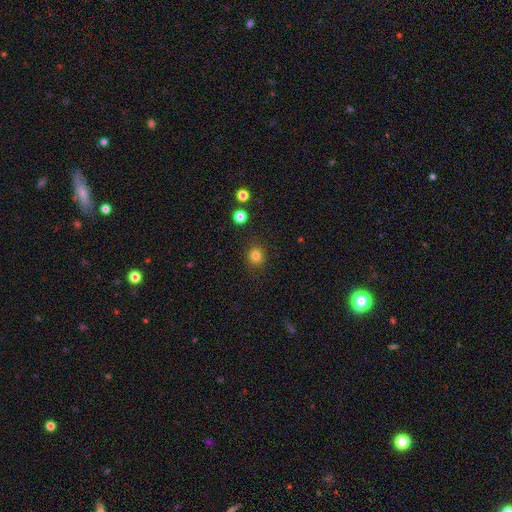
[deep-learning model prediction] A smooth galaxy with no disk features (81%) that is round (87%).

Vote fractions:
- Smooth or featured? smooth: 81% / star or artifact: 14% / featured or disk: 5%
- How rounded? round: 87% / in between: 12% / cigar-shaped: 1%
- Merging? none: 90% / minor disturbance: 7% / major disturbance: 2% / merger: 1%